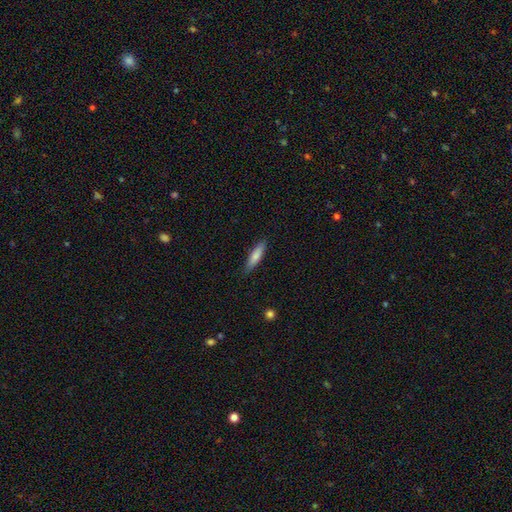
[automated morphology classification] smooth_or_featured: smooth (p=0.76) [alt: featured or disk p=0.18]
how_rounded: cigar-shaped (p=0.77) [alt: in between p=0.22]
merging: none (p=0.87) [alt: minor disturbance p=0.10]